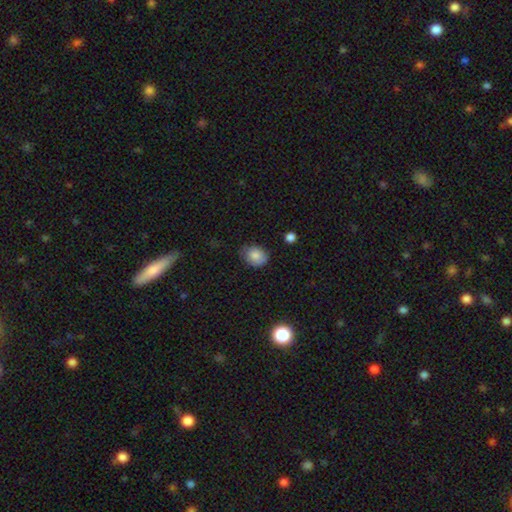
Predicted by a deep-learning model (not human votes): The model was most divided on "how rounded": in between: 50%, round: 49%, cigar-shaped: 1%. More confident: smooth or featured — smooth (82%); merging — none (68%).